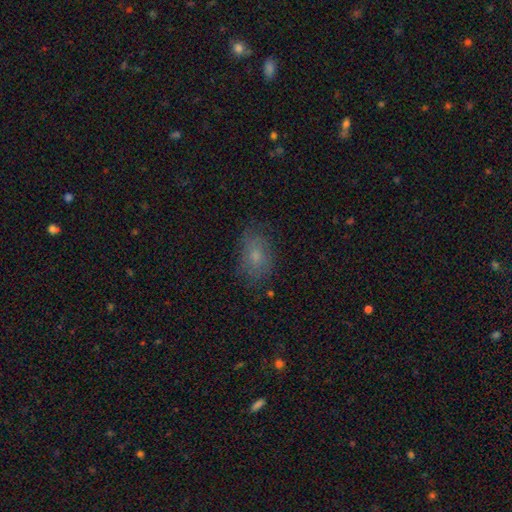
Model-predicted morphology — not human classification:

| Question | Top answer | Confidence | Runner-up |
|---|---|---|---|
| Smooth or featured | smooth | 65% | featured or disk (22%) |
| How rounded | in between | 81% | round (18%) |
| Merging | none | 70% | minor disturbance (21%) |